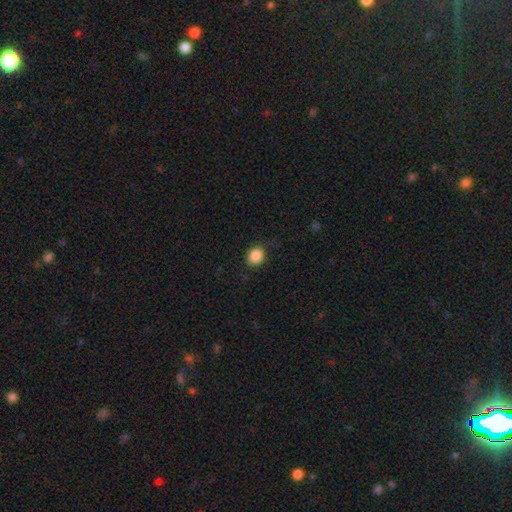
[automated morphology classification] This is clearly a smooth galaxy (86%). How rounded: likely round (71%). Merging: clearly none (83%).